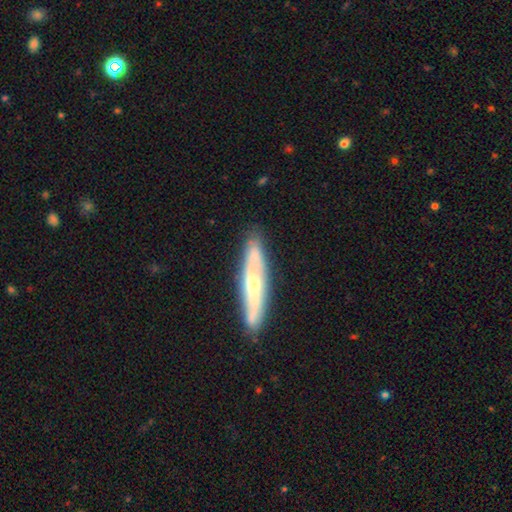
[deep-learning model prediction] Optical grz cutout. It shows a featured or disk galaxy (52%) viewed edge-on (54%). Merging: none (74%).